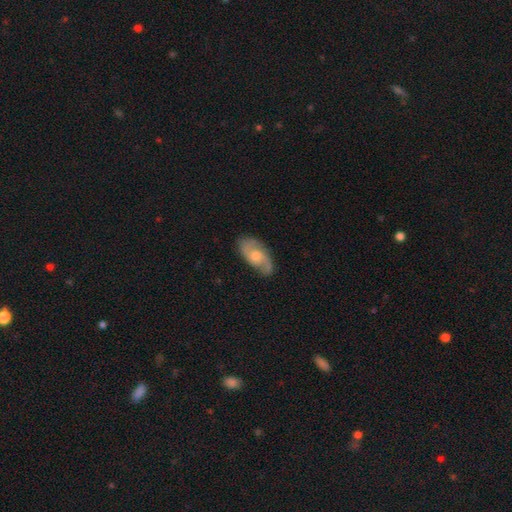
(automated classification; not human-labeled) featured or disk 72%, smooth 22%, star or artifact 6%. Down the decision tree: edge-on disk — no (94%); bar — no (61%); spiral arms — yes (92%); spiral arm count — 2 (86%); spiral winding — medium (48%); bulge size — moderate (58%); merging — none (78%).